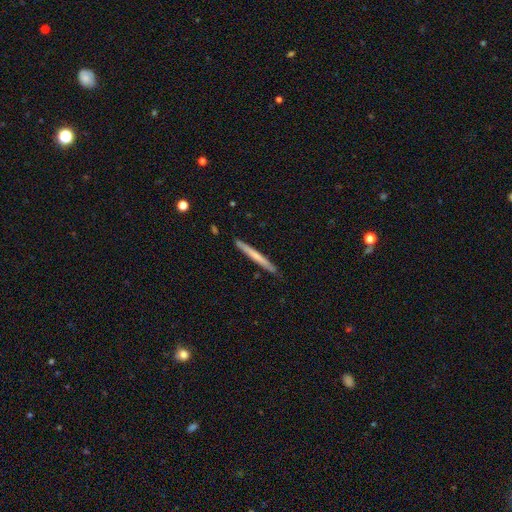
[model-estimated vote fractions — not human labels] A smooth galaxy with no disk features (58%) that is cigar-shaped (97%). Merging: none (90%).